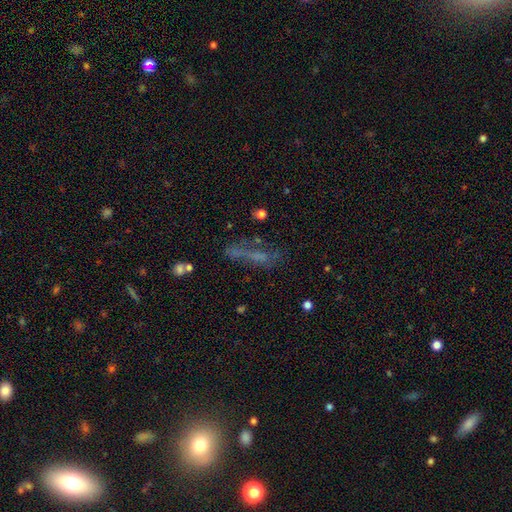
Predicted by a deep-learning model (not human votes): This appears to be a smooth galaxy with no disk features (40%). Merging: none (47%).